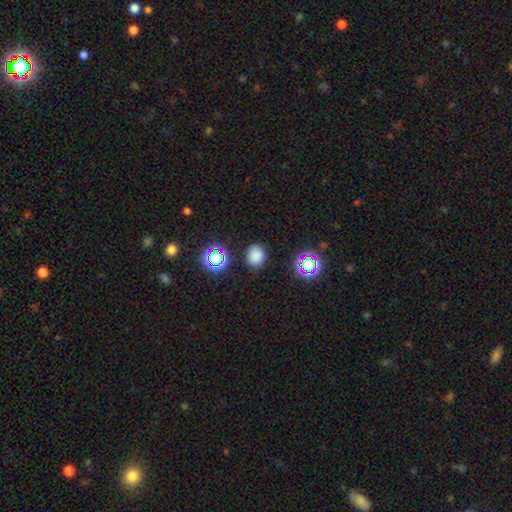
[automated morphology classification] A smooth galaxy with no disk features (76%) that is round (68%).

Vote fractions:
- Smooth or featured? smooth: 76% / star or artifact: 19% / featured or disk: 5%
- How rounded? round: 68% / in between: 31% / cigar-shaped: 1%
- Merging? none: 85% / minor disturbance: 10% / major disturbance: 3% / merger: 2%